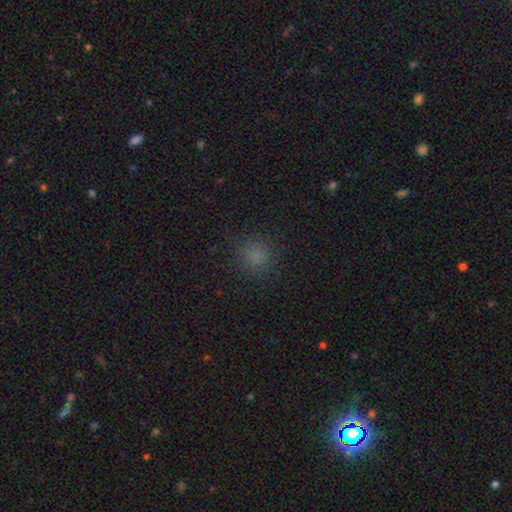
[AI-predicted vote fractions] Overall: smooth (79%). How rounded: round (90%). Merging: none (88%).